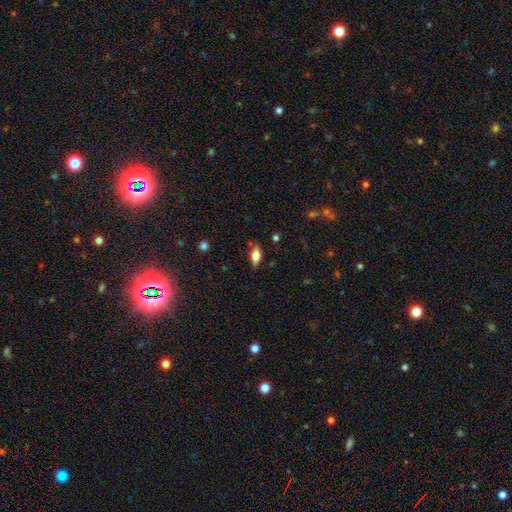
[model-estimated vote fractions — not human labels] Morphology: type=smooth (62%); roundness=in between (78%); merging=none (82%).